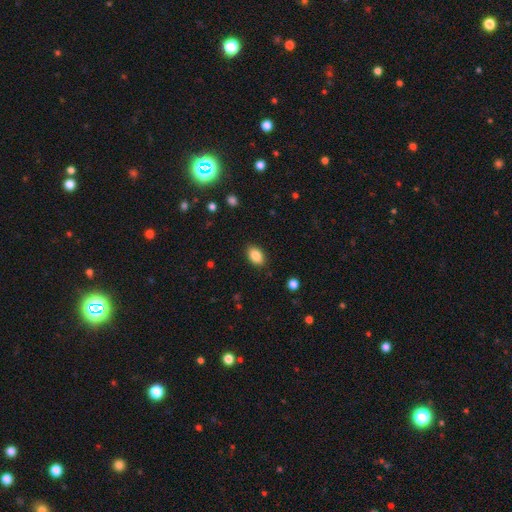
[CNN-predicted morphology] smooth-or-featured: smooth: 86% | star or artifact: 8% | featured or disk: 5%
  how-rounded: in between: 89% | round: 10% | cigar-shaped: 1%
  merging: none: 88% | minor disturbance: 9% | major disturbance: 2% | merger: 1%